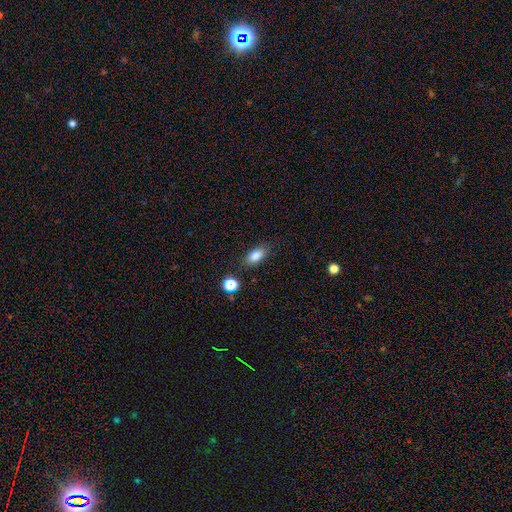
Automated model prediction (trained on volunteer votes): This is clearly a smooth galaxy (85%). How rounded: clearly in between (86%). Merging: clearly none (82%).